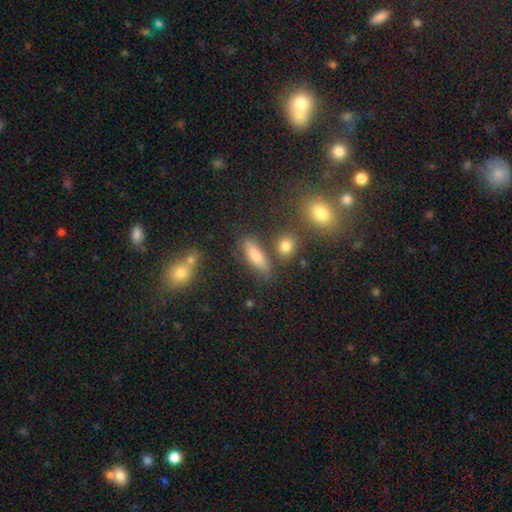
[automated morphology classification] Overall: smooth (71%). How rounded: cigar-shaped (49%; in between 45%). Merging: none (72%).